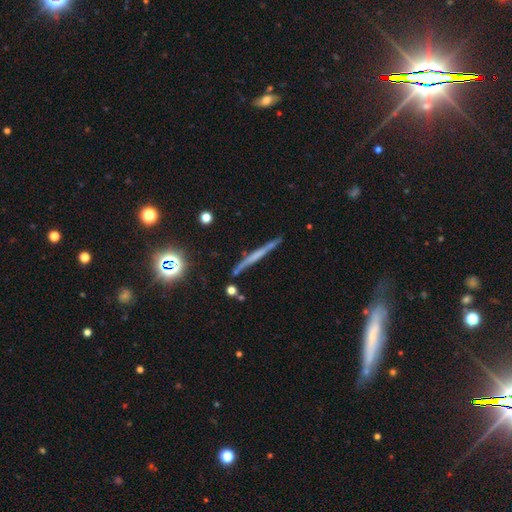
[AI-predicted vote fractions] Overall: featured or disk (54%; smooth 34%). Edge-on disk: yes (96%). Edge-on bulge: none (75%). Merging: none (86%).